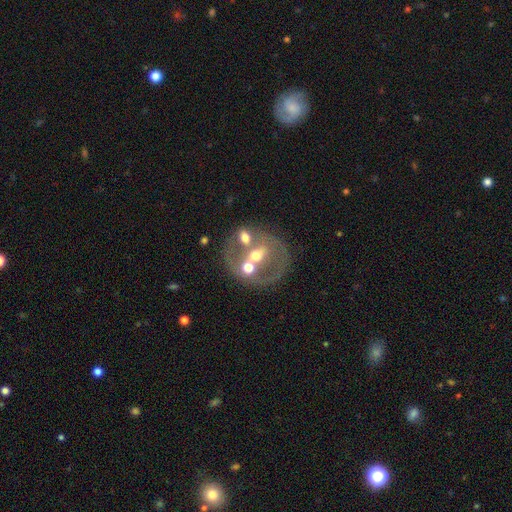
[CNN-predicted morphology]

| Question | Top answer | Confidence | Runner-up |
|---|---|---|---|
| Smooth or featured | featured or disk | 58% | smooth (31%) |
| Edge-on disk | no | 94% | yes (6%) |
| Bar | no | 64% | weak (20%) |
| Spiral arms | no | 85% | yes (15%) |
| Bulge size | moderate | 65% | small (14%) |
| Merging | merger | 43% | none (38%) |